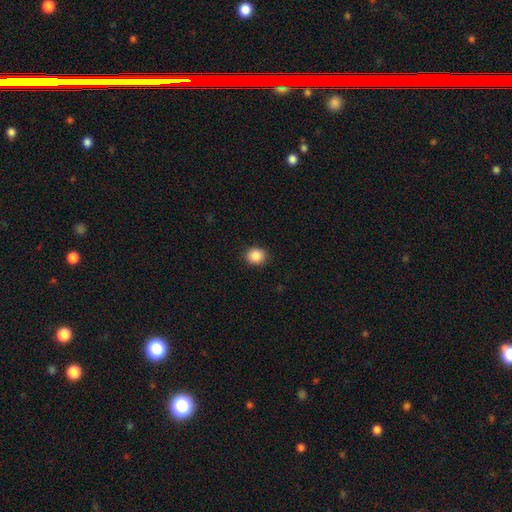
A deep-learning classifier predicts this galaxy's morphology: smooth 87%, star or artifact 9%, featured or disk 4%. Down the decision tree: how rounded — round (74%); merging — none (90%).